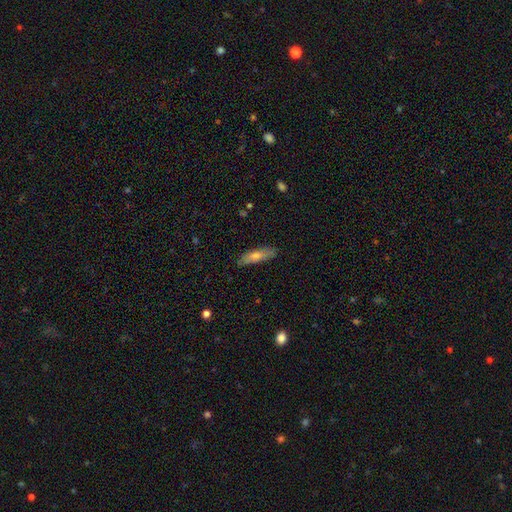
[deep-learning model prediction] Smooth or featured: smooth — 59% (featured or disk — 34%)
How rounded: cigar-shaped — 65% (in between — 32%)
Merging: none — 84% (minor disturbance — 12%)